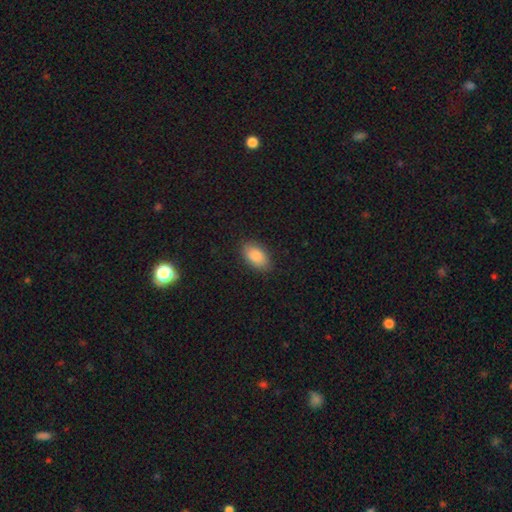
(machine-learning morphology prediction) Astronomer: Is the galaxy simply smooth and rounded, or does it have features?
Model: smooth — 87%.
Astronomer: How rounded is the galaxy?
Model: in between — 92%.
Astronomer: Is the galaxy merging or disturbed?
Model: none — 86%.